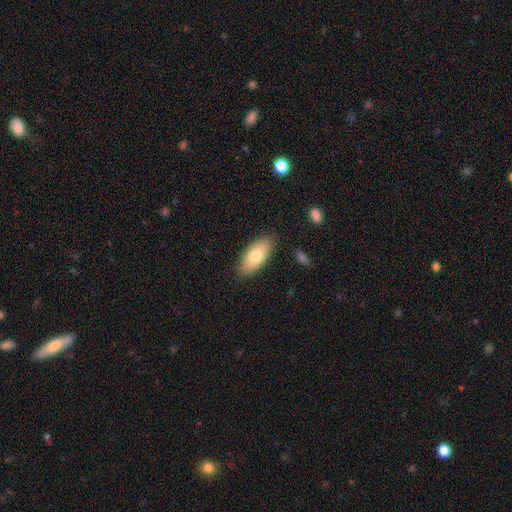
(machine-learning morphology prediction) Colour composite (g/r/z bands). It shows a smooth galaxy with no disk features (76%) that is in between round and cigar-shaped (88%). Merging: none (85%).